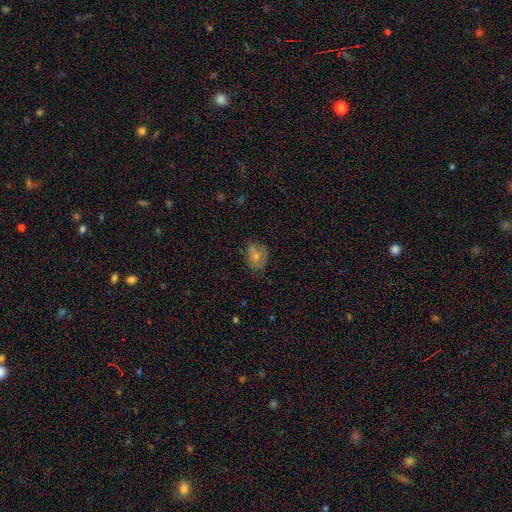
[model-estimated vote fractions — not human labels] smooth 65%, featured or disk 25%, star or artifact 10%. Down the decision tree: how rounded — in between (62%); merging — none (61%).